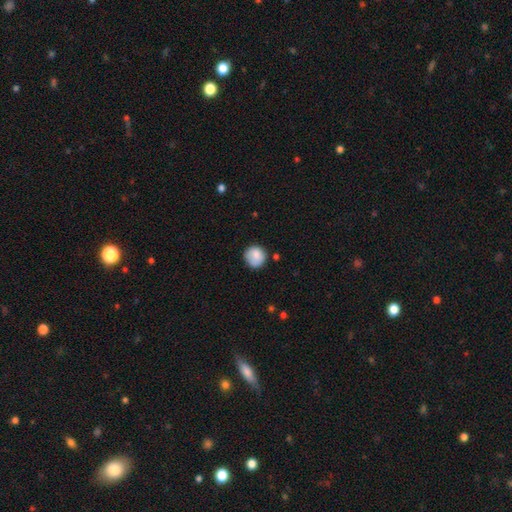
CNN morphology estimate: smooth 84%, featured or disk 9%, star or artifact 8%. Down the decision tree: how rounded — round (92%); merging — none (74%).